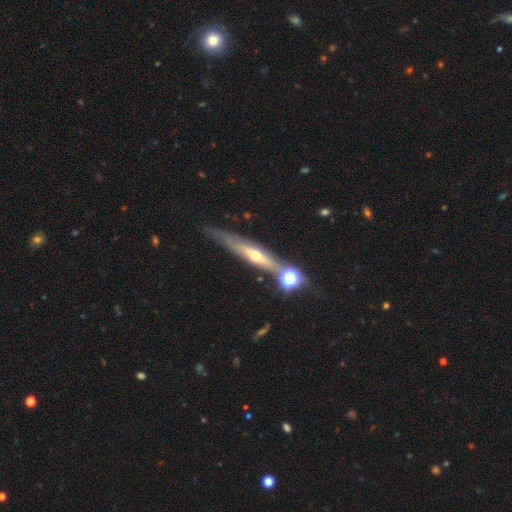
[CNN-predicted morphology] smooth_or_featured: featured or disk (p=0.66) [alt: smooth p=0.24]
disk_edge_on: yes (p=0.76) [alt: no p=0.24]
merging: none (p=0.69) [alt: minor disturbance p=0.18]